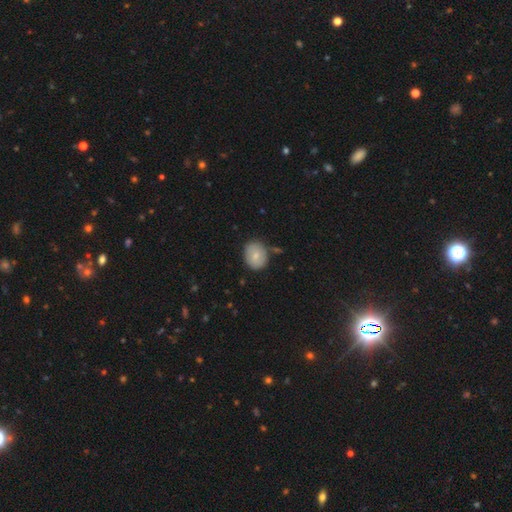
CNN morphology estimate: Smooth or featured? smooth (76%)
How rounded? round (56%)
Merging? none (76%)